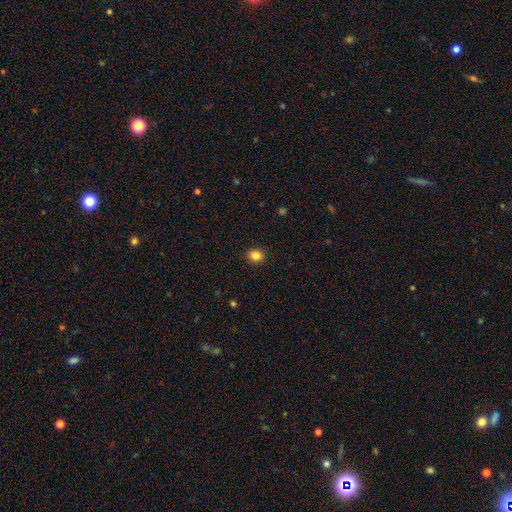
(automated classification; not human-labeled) smooth-or-featured: smooth: 85% | star or artifact: 11% | featured or disk: 4%
  how-rounded: round: 71% | in between: 28% | cigar-shaped: 1%
  merging: none: 91% | minor disturbance: 6% | major disturbance: 2% | merger: 1%